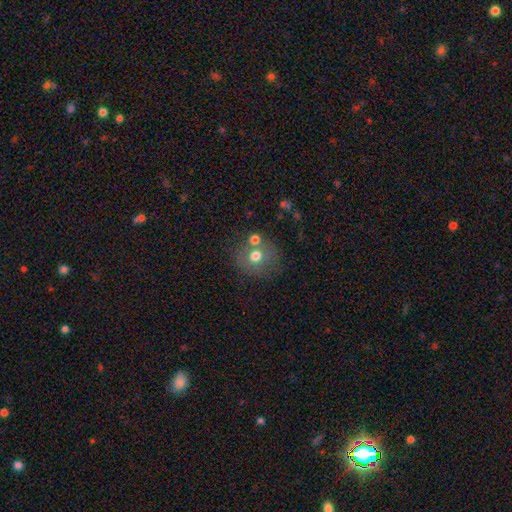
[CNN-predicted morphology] Q: Smooth or featured?
A: smooth (66%); runner-up: featured or disk (21%)
Q: How rounded?
A: round (82%); runner-up: in between (17%)
Q: Merging?
A: none (61%); runner-up: merger (21%)